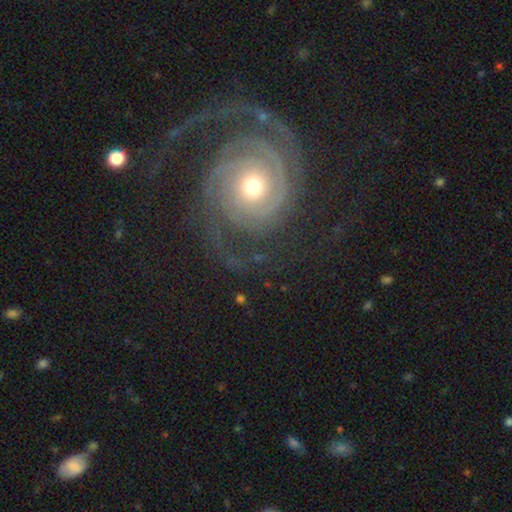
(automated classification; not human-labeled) Overall: featured or disk (90%). Edge-on disk: no (98%). Bar: no (75%). Spiral arms: yes (98%). Spiral arm count: 2 (71%). Spiral winding: tight (65%; medium 28%). Bulge size: moderate (59%; small 34%). Merging: none (72%).